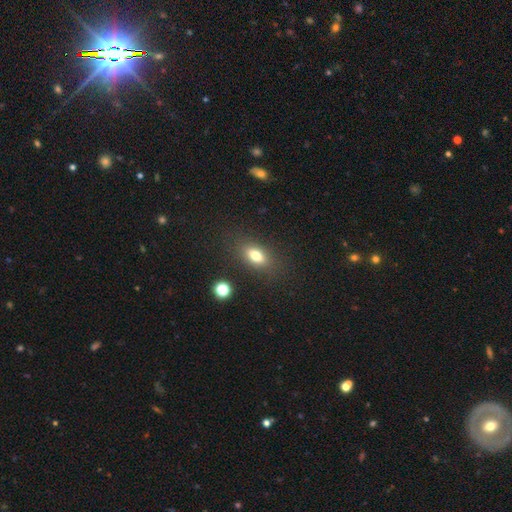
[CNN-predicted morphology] type=smooth (75%); roundness=in between (81%); merging=none (82%).